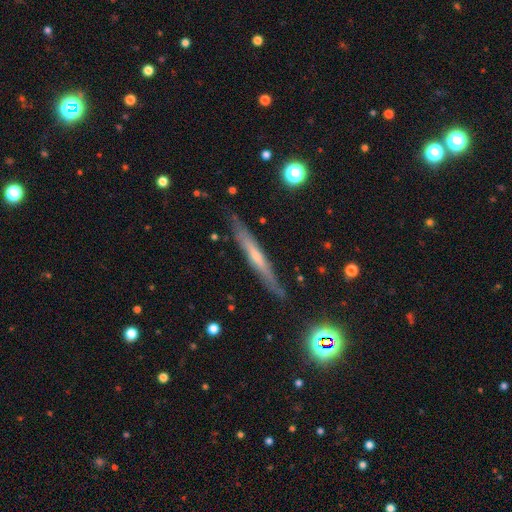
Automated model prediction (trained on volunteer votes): Q: Smooth or featured?
A: featured or disk (60%); runner-up: smooth (33%)
Q: Edge-on disk?
A: yes (92%); runner-up: no (8%)
Q: Edge-on bulge?
A: none (56%); runner-up: rounded (36%)
Q: Merging?
A: none (83%); runner-up: minor disturbance (13%)